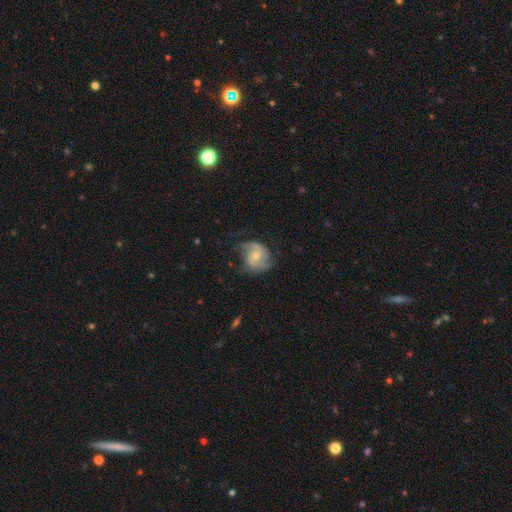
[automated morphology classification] This is likely a featured or disk galaxy (73%). It is clearly not viewed edge-on (98%). Bar: likely no (61%). Spiral arm pattern: clearly yes (92%). Spiral arm count: likely 2 (73%). Spiral winding: marginally medium (44%). Central bulge: possibly moderate (49%). Merging: possibly none (57%).